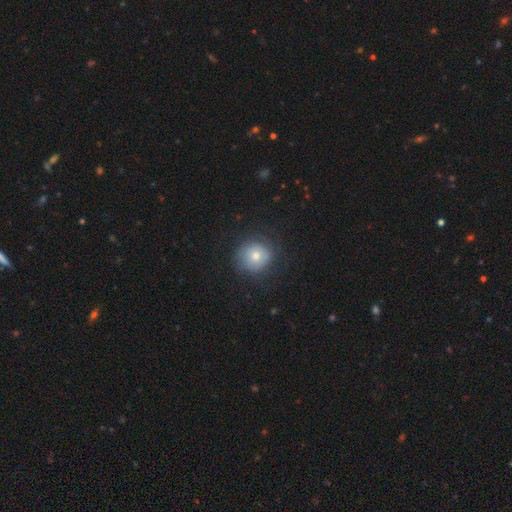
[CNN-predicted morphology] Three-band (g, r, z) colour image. It shows a smooth galaxy with no disk features (67%) that is round (90%). Merging: none (81%).